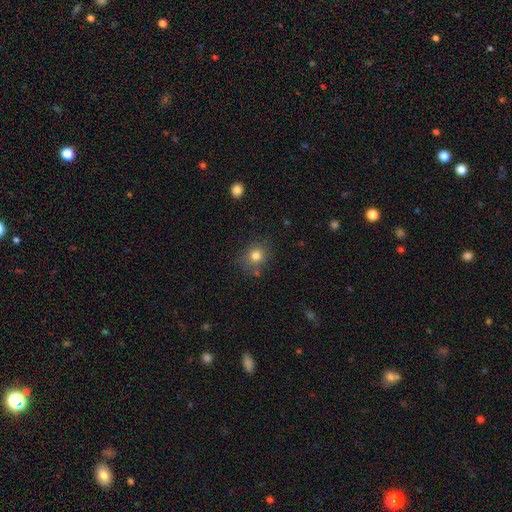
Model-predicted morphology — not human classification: Smooth or featured? Predicted: smooth (p=0.80). How rounded? Predicted: round (p=0.79). Merging? Predicted: none (p=0.76).